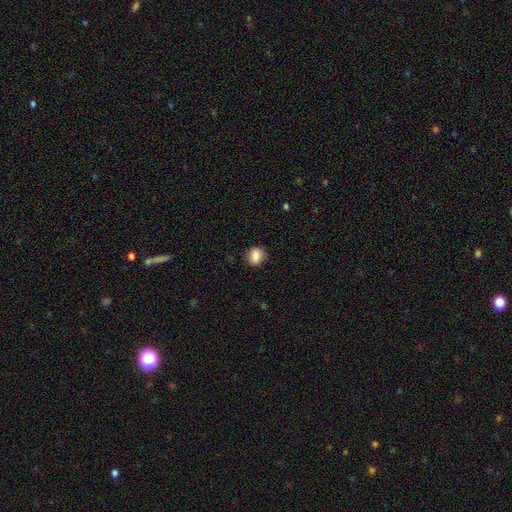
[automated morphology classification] smooth_or_featured: smooth (p=0.83) [alt: star or artifact p=0.08]
how_rounded: round (p=0.53) [alt: in between p=0.46]
merging: none (p=0.83) [alt: minor disturbance p=0.13]